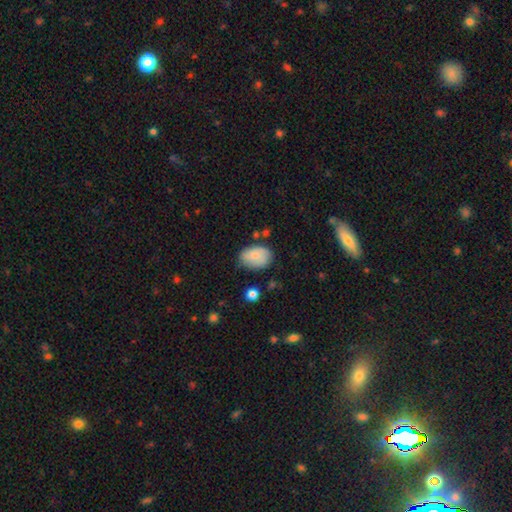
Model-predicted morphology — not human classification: The model was most divided on "smooth or featured": smooth: 68%, featured or disk: 25%, star or artifact: 7%. More confident: how rounded — in between (81%); merging — none (67%).